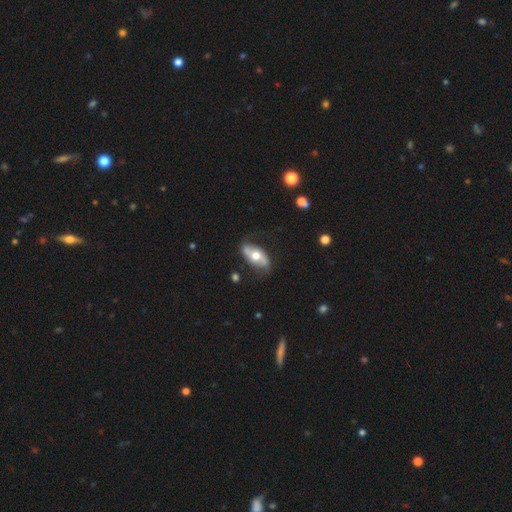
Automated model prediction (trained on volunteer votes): Smooth or featured? featured or disk (57%)
Edge-on disk? no (81%)
Merging? none (73%)